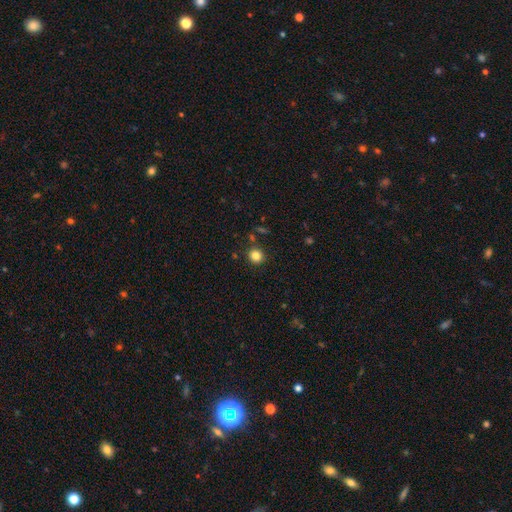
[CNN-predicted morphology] This appears to be a smooth galaxy with no disk features (84%) that is round (89%). Merging: none (87%).